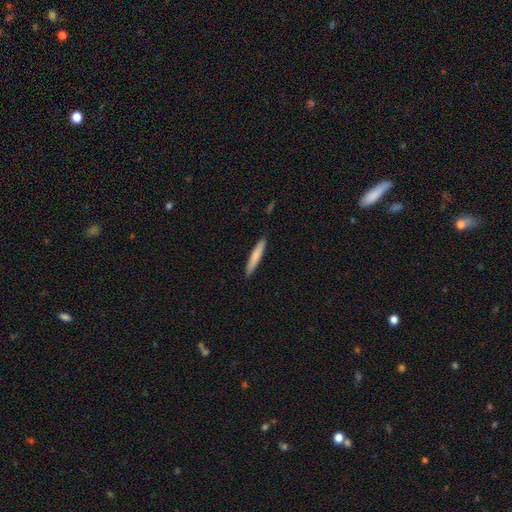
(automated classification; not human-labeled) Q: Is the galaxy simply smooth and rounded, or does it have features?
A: smooth — 78%.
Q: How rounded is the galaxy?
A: cigar-shaped — 93%.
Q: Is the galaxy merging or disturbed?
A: none — 91%.